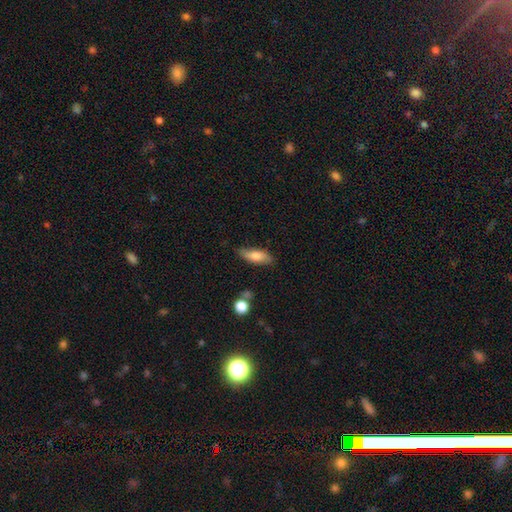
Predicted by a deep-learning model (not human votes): smooth 74%, featured or disk 20%, star or artifact 7%. Down the decision tree: how rounded — in between (63%); merging — none (75%).